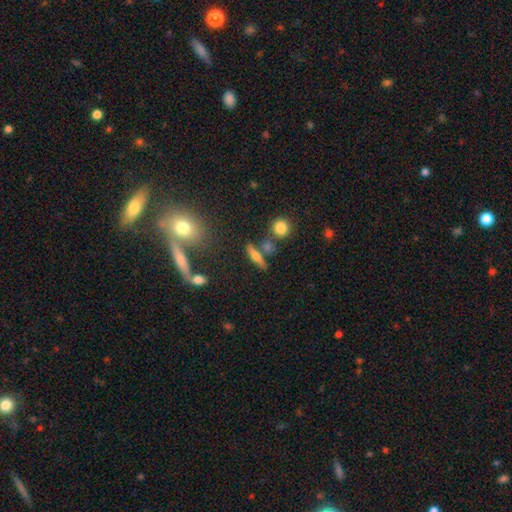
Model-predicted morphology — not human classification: Smooth or featured? smooth (49%)
Merging? none (72%)